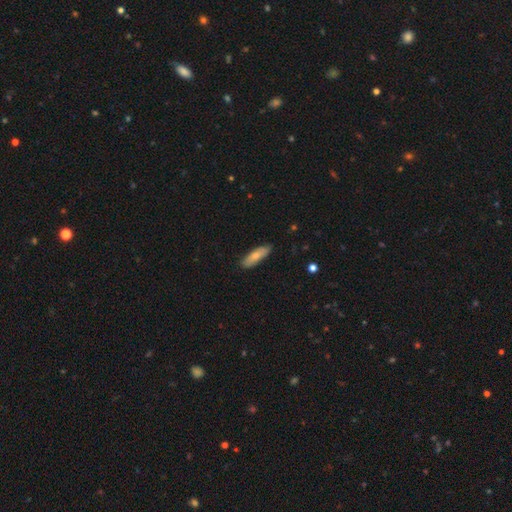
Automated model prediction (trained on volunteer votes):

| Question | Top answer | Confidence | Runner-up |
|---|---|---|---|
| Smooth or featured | smooth | 75% | featured or disk (19%) |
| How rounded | cigar-shaped | 54% | in between (44%) |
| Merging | none | 86% | minor disturbance (11%) |